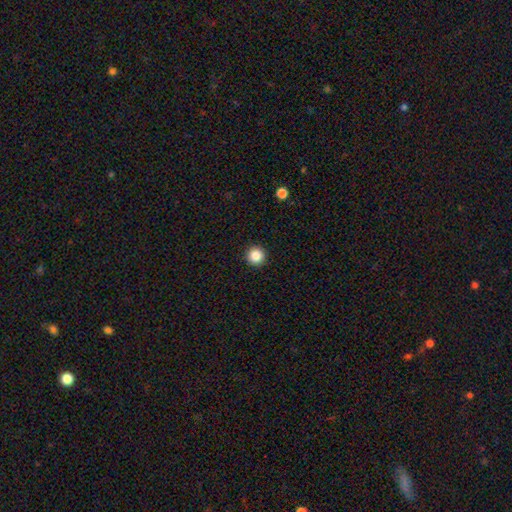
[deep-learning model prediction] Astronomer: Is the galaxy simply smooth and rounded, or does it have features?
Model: smooth — 86%.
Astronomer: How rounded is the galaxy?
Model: round — 96%.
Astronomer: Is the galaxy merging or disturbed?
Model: none — 94%.